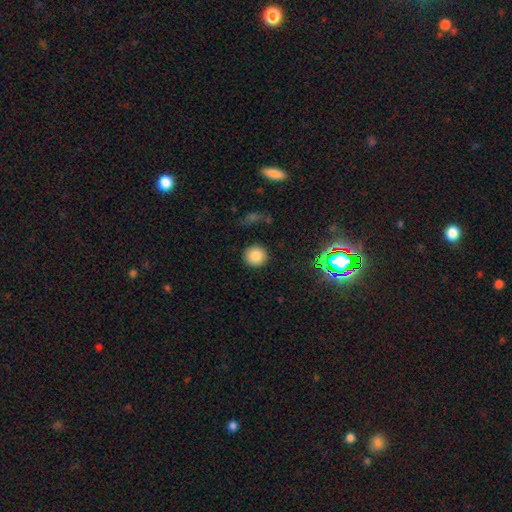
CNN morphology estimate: The model was most divided on "smooth or featured": smooth: 82%, star or artifact: 12%, featured or disk: 6%. More confident: how rounded — round (92%); merging — none (88%).